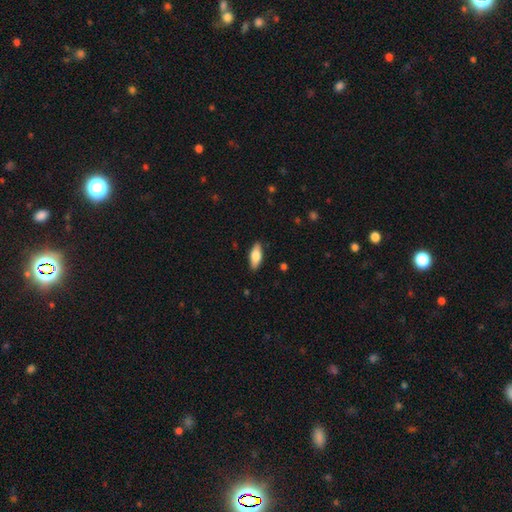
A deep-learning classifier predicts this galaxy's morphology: Smooth or featured? Predicted: smooth (p=0.74). How rounded? Predicted: in between (p=0.79). Merging? Predicted: none (p=0.87).